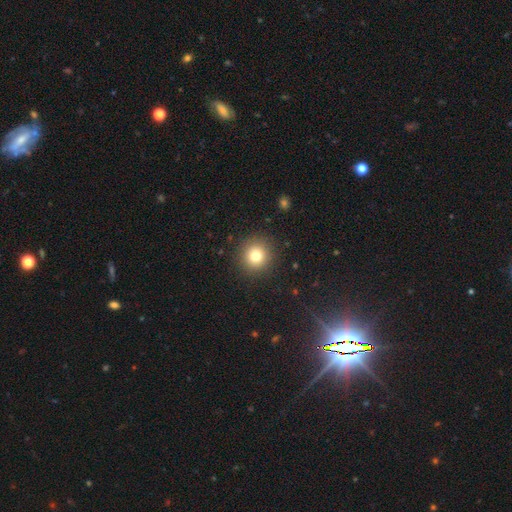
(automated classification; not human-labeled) Morphology: type=smooth (79%); roundness=round (92%); merging=none (91%).